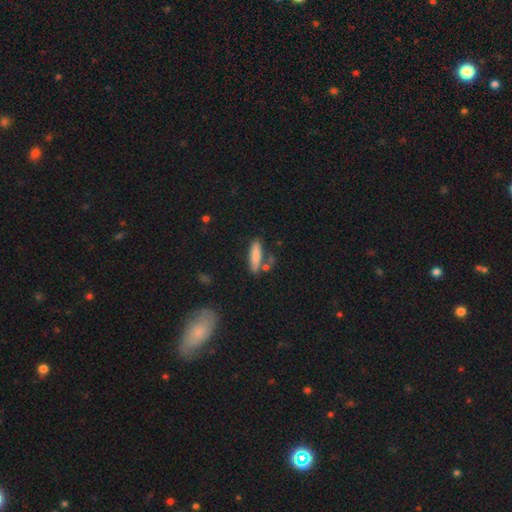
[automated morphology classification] smooth 81%, featured or disk 13%, star or artifact 7%. Down the decision tree: how rounded — cigar-shaped (63%); merging — none (69%).